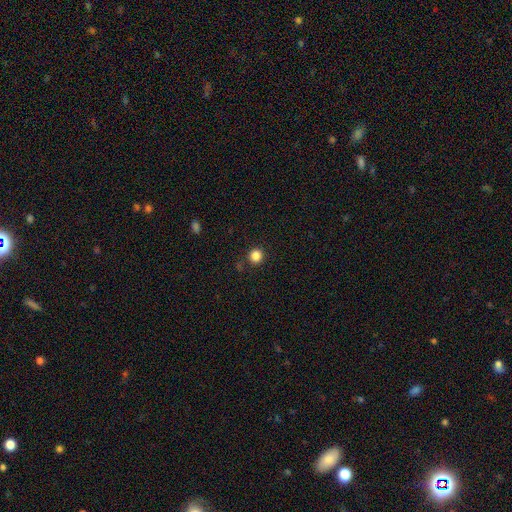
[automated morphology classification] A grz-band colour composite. It shows a smooth galaxy with no disk features (85%) that is round (93%). Merging: none (89%).